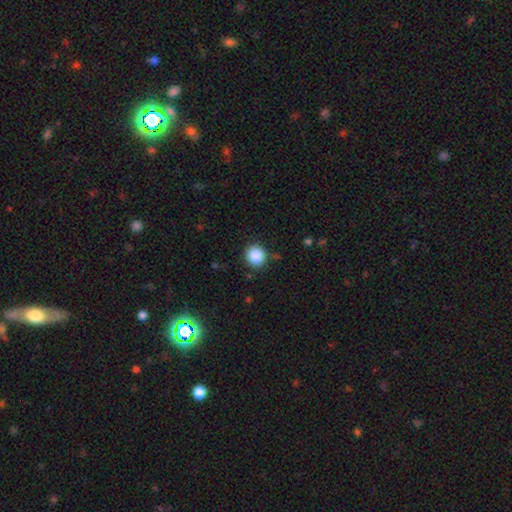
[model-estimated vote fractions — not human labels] smooth-or-featured: smooth: 87% | star or artifact: 10% | featured or disk: 4%
  how-rounded: round: 90% | in between: 9% | cigar-shaped: 1%
  merging: none: 86% | minor disturbance: 9% | major disturbance: 3% | merger: 2%